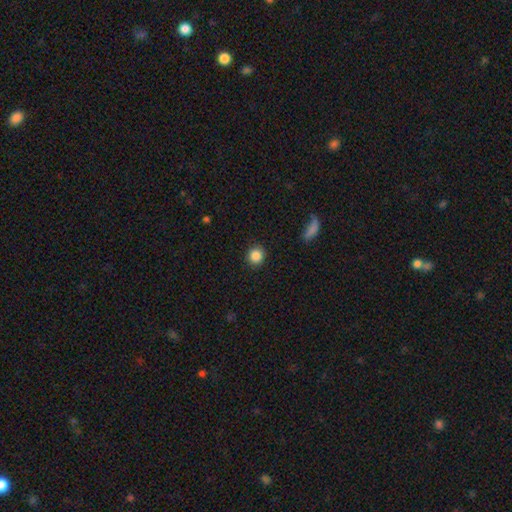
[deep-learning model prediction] smooth_or_featured: smooth (p=0.87) [alt: star or artifact p=0.10]
how_rounded: round (p=0.91) [alt: in between p=0.08]
merging: none (p=0.91) [alt: minor disturbance p=0.06]